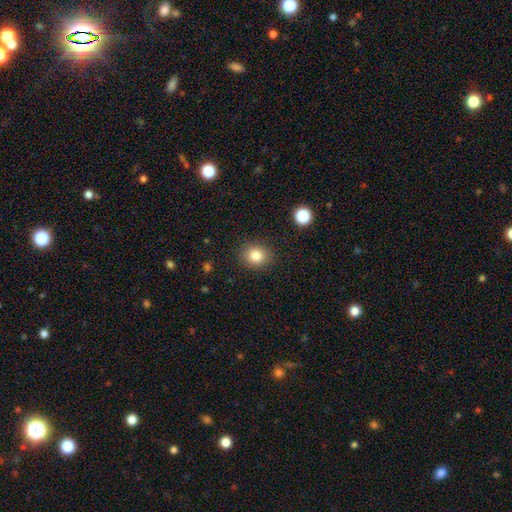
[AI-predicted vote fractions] This appears to be a smooth galaxy with no disk features (83%) that is round (77%). Merging: none (89%).